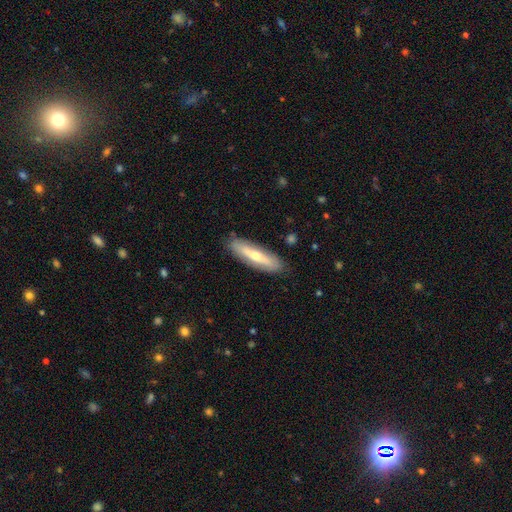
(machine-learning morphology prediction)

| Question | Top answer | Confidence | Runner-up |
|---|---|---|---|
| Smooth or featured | featured or disk | 49% | smooth (46%) |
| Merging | none | 86% | minor disturbance (10%) |